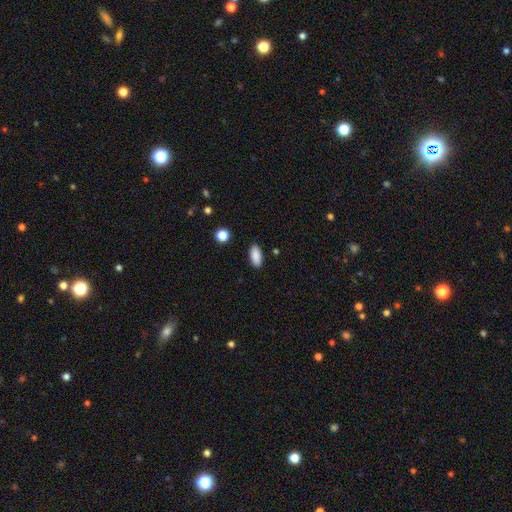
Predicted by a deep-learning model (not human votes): This is clearly a smooth galaxy (89%). How rounded: clearly in between (87%). Merging: clearly none (88%).